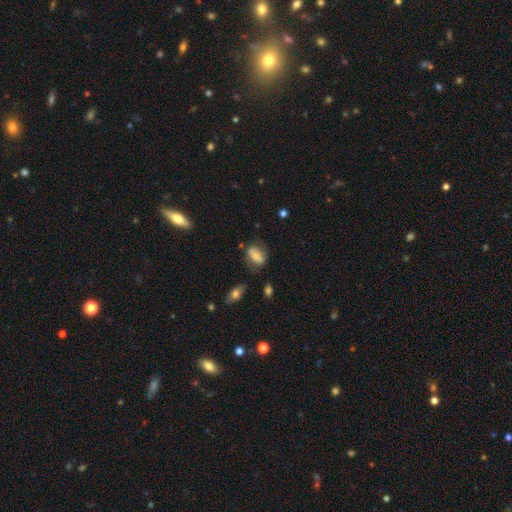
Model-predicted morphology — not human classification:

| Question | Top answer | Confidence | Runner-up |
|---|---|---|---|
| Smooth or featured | smooth | 65% | featured or disk (26%) |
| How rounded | in between | 79% | round (15%) |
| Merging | none | 64% | minor disturbance (22%) |